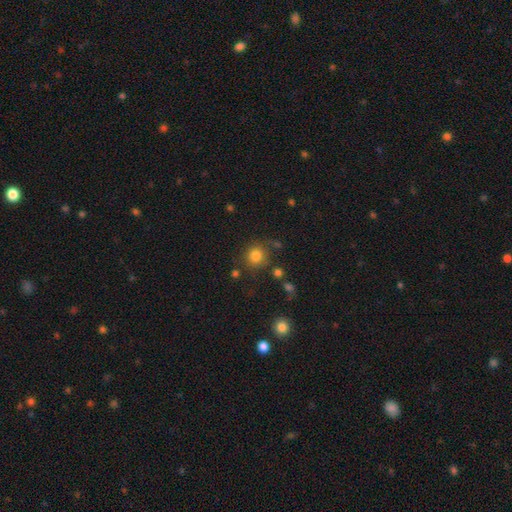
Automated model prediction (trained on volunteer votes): This is clearly a smooth galaxy (81%). How rounded: clearly round (90%). Merging: likely none (78%).